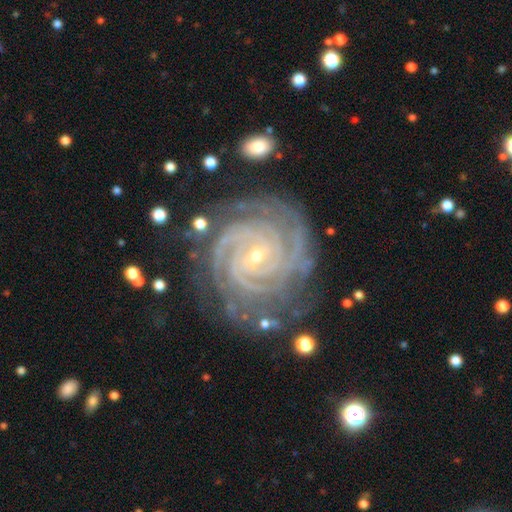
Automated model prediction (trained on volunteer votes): smooth_or_featured: featured or disk (p=0.94) [alt: star or artifact p=0.04]
disk_edge_on: no (p=0.98) [alt: yes p=0.02]
bar: no (p=0.46) [alt: weak p=0.34]
has_spiral_arms: yes (p=0.99) [alt: no p=0.01]
spiral_winding: tight (p=0.85) [alt: medium p=0.13]
spiral_arm_count: 4 (p=0.30) [alt: 3 p=0.22]
bulge_size: small (p=0.81) [alt: moderate p=0.16]
merging: none (p=0.78) [alt: minor disturbance p=0.15]